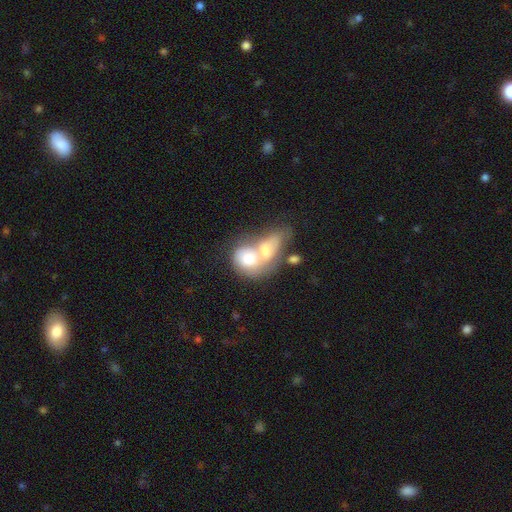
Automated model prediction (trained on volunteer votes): This appears to be a smooth galaxy with no disk features (58%) that is in between round and cigar-shaped (50%). Merging: merger (80%).